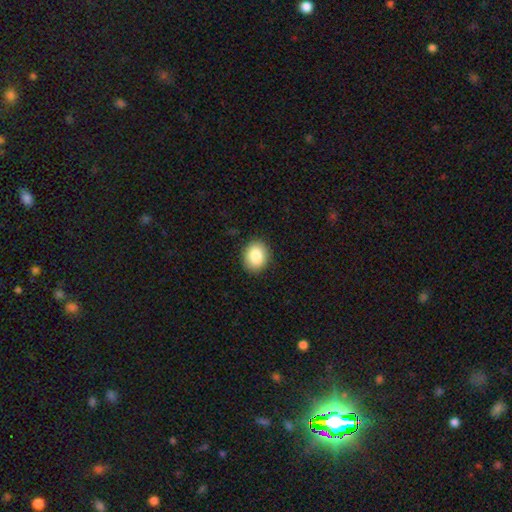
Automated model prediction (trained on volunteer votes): A smooth galaxy with no disk features (86%) that is round (55%). Merging: none (90%).